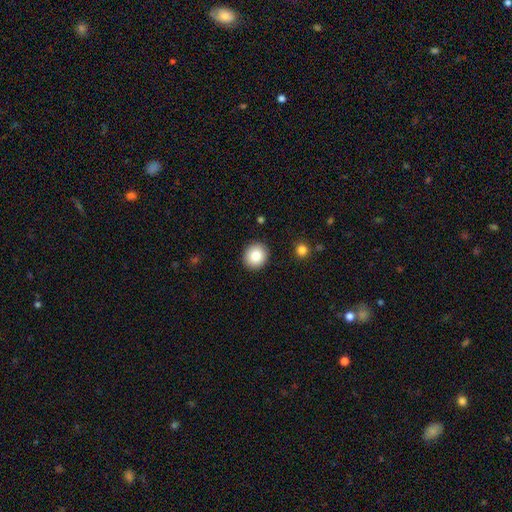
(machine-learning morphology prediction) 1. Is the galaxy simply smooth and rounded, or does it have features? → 83% smooth, 9% star or artifact, 8% featured or disk.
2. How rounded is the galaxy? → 85% round, 14% in between, 1% cigar-shaped.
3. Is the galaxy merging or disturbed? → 90% none, 7% minor disturbance, 2% major disturbance, 1% merger.